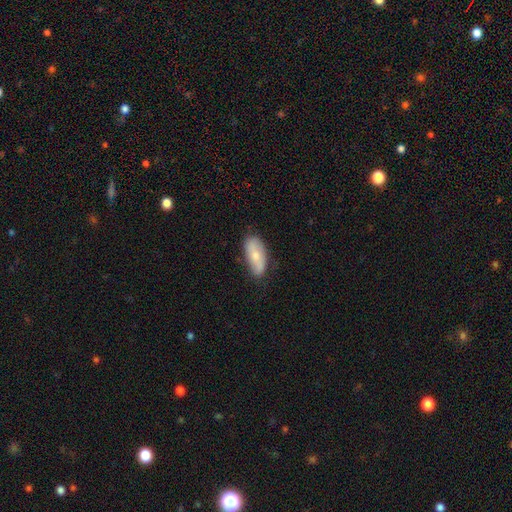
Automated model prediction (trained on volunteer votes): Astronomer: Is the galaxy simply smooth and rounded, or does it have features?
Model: smooth — 63%.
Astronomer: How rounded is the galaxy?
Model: in between — 84%.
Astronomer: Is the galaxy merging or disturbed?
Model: none — 76%.